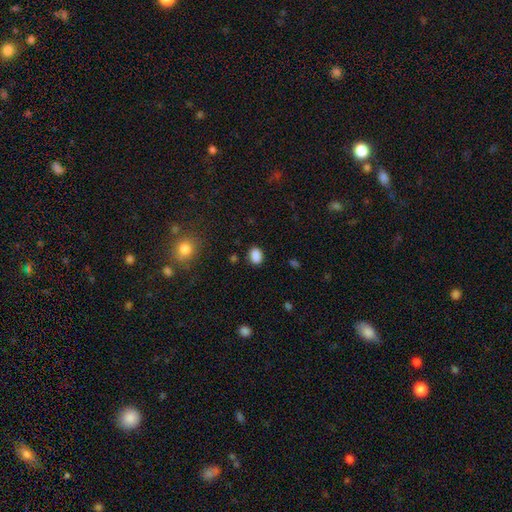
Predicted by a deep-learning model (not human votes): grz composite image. It shows a smooth galaxy with no disk features (86%) that is in between round and cigar-shaped (65%). Merging: none (84%).